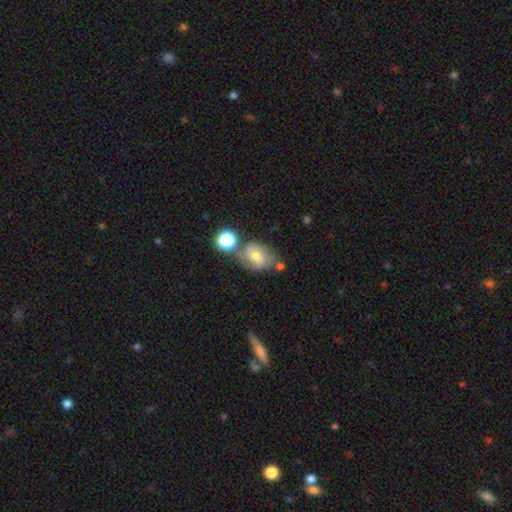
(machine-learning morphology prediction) Smooth or featured?
  - smooth: 50% *
  - featured or disk: 38%
  - star or artifact: 13%
Merging?
  - none: 44% *
  - minor disturbance: 23%
  - merger: 21%
  - major disturbance: 12%